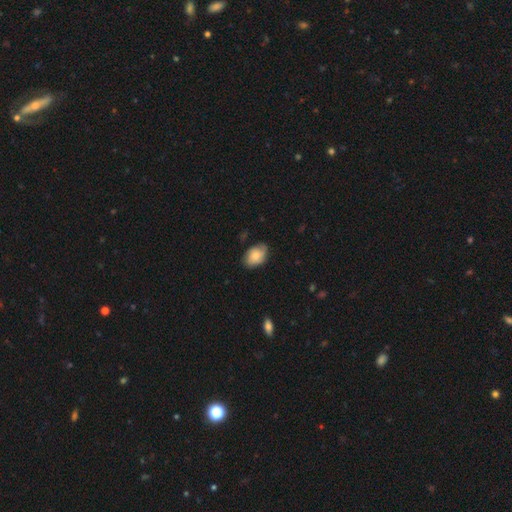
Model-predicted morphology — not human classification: This appears to be a smooth galaxy with no disk features (70%) that is in between round and cigar-shaped (85%). Merging: none (70%).